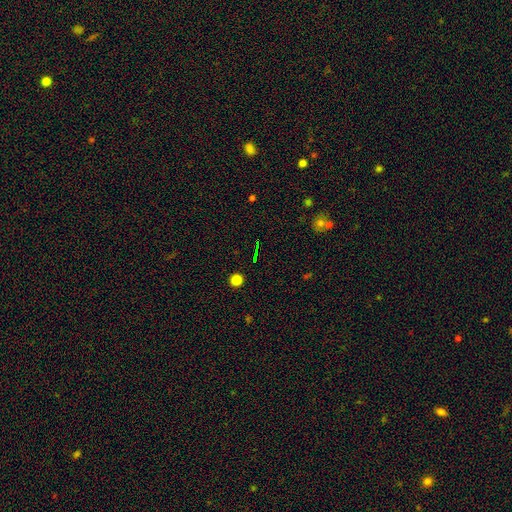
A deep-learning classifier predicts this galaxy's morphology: smooth_or_featured: star or artifact (p=0.55) [alt: smooth p=0.35]